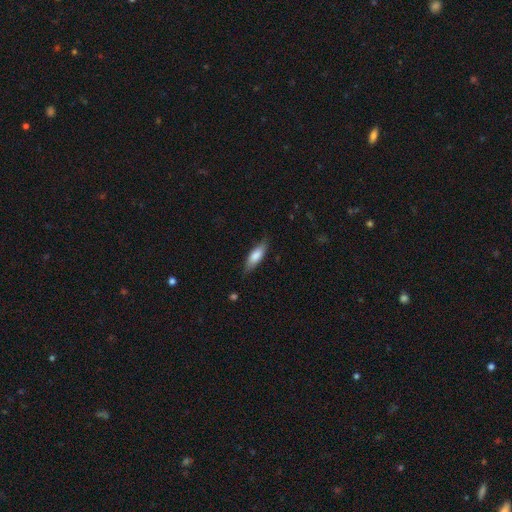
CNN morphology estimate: Smooth or featured: smooth — 79% (featured or disk — 16%)
How rounded: in between — 57% (cigar-shaped — 42%)
Merging: none — 79% (minor disturbance — 16%)